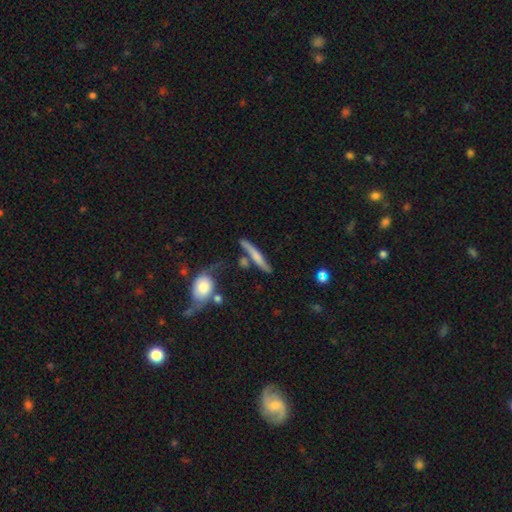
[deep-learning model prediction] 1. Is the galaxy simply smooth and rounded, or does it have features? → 50% smooth, 43% featured or disk, 7% star or artifact.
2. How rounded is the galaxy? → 90% cigar-shaped, 7% in between, 3% round.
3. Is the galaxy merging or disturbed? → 64% none, 18% minor disturbance, 12% merger, 6% major disturbance.